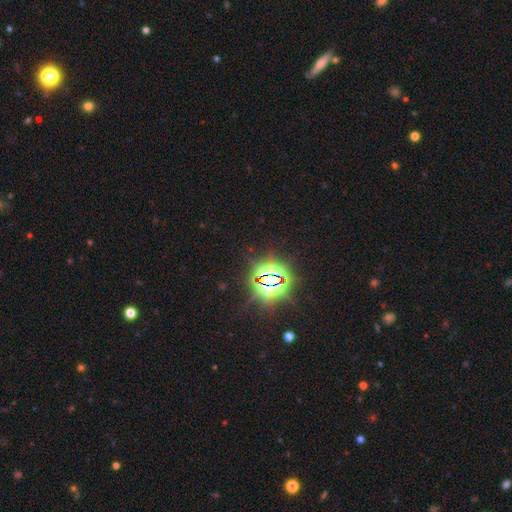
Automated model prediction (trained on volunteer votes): star or artifact 84%, smooth 9%, featured or disk 7%.